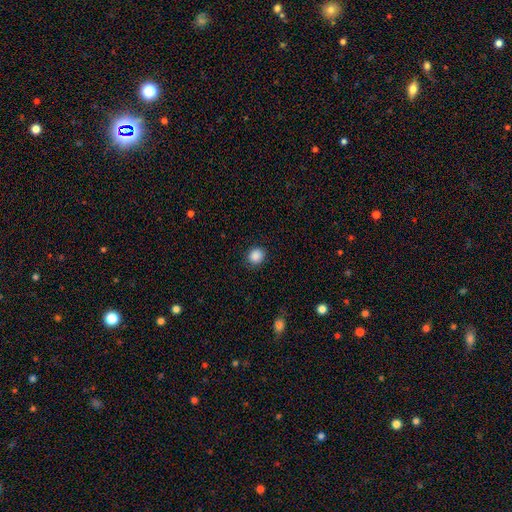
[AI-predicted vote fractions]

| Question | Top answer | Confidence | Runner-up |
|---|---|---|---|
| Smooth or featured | smooth | 88% | star or artifact (9%) |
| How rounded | round | 74% | in between (25%) |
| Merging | none | 86% | minor disturbance (10%) |